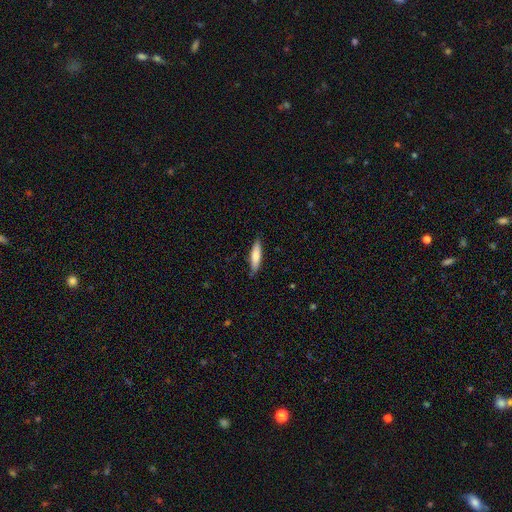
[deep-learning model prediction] Q: Smooth or featured?
A: smooth (76%); runner-up: featured or disk (19%)
Q: How rounded?
A: cigar-shaped (69%); runner-up: in between (29%)
Q: Merging?
A: none (83%); runner-up: minor disturbance (13%)